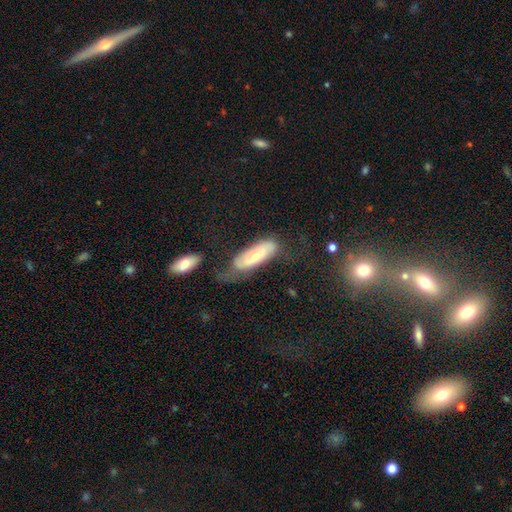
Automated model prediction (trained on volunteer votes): A smooth galaxy with no disk features (54%) that is in between round and cigar-shaped (62%).

Vote fractions:
- Smooth or featured? smooth: 54% / featured or disk: 39% / star or artifact: 7%
- How rounded? in between: 62% / cigar-shaped: 35% / round: 2%
- Merging? none: 40% / minor disturbance: 28% / major disturbance: 25% / merger: 7%